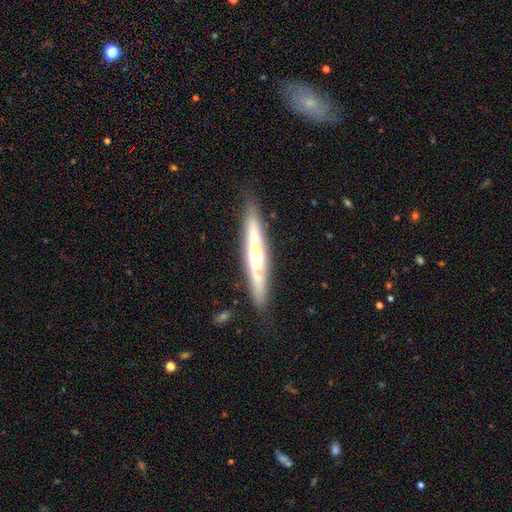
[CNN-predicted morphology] This is likely a featured or disk galaxy (64%). It is clearly viewed edge-on (85%). Edge-on bulge: possibly rounded (59%). Merging: clearly none (82%).